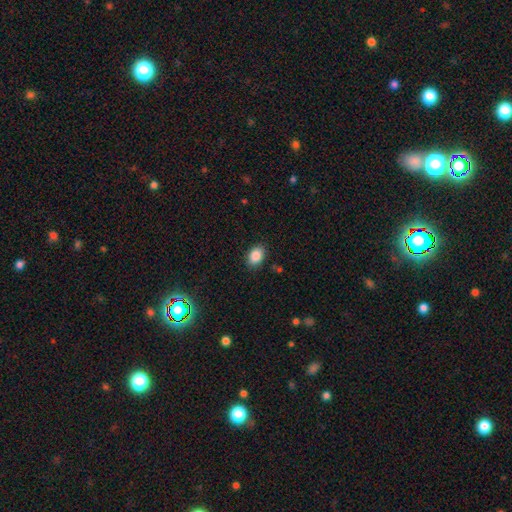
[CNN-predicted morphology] A smooth galaxy with no disk features (87%) that is in between round and cigar-shaped (76%).

Vote fractions:
- Smooth or featured? smooth: 87% / star or artifact: 9% / featured or disk: 4%
- How rounded? in between: 76% / round: 23% / cigar-shaped: 1%
- Merging? none: 87% / minor disturbance: 9% / major disturbance: 2% / merger: 1%